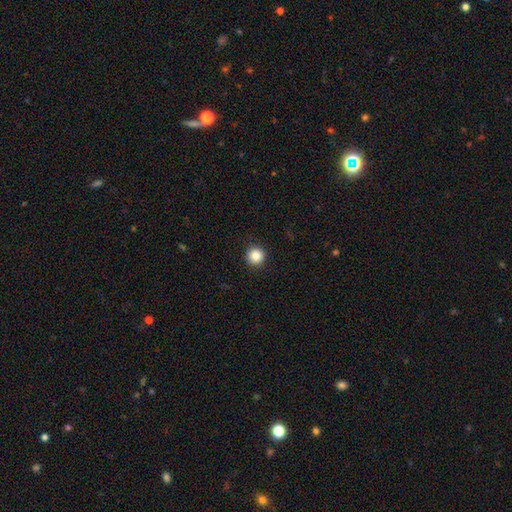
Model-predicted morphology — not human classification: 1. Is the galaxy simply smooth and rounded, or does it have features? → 87% smooth, 10% star or artifact, 3% featured or disk.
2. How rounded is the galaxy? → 96% round, 3% in between, 1% cigar-shaped.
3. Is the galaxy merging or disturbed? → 92% none, 5% minor disturbance, 2% major disturbance, 1% merger.